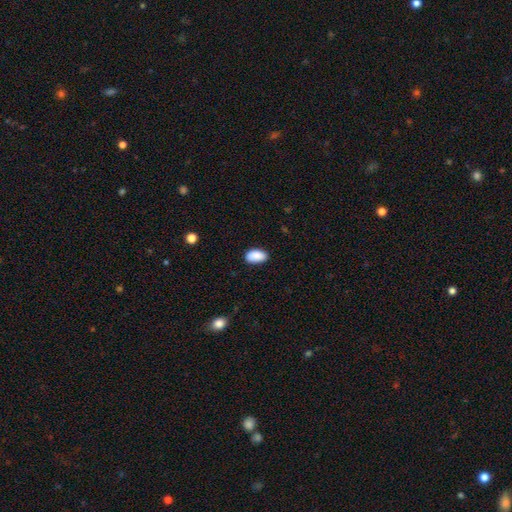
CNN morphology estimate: The model was most divided on "merging": none: 82%, minor disturbance: 14%, major disturbance: 2%, merger: 1%. More confident: how rounded — in between (94%); smooth or featured — smooth (90%).